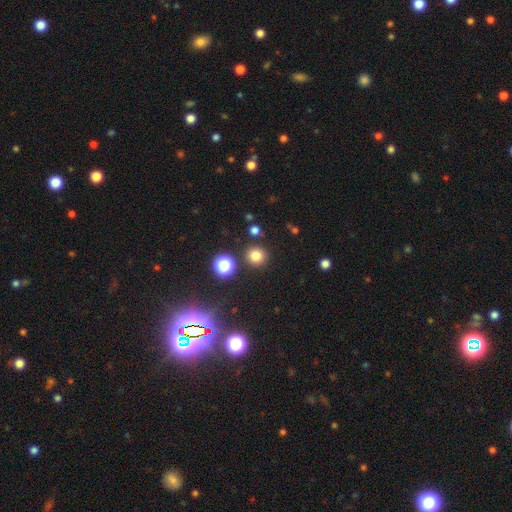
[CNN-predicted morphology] The model was most divided on "smooth or featured": smooth: 77%, star or artifact: 18%, featured or disk: 6%. More confident: how rounded — round (93%); merging — none (86%).